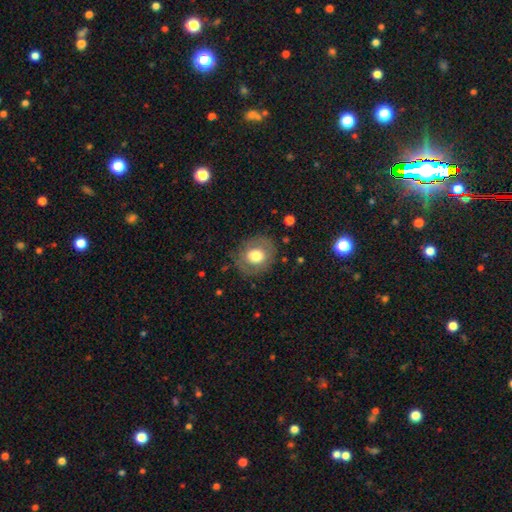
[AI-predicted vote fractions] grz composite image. It shows a smooth galaxy with no disk features (67%) that is round (76%). Merging: none (80%).